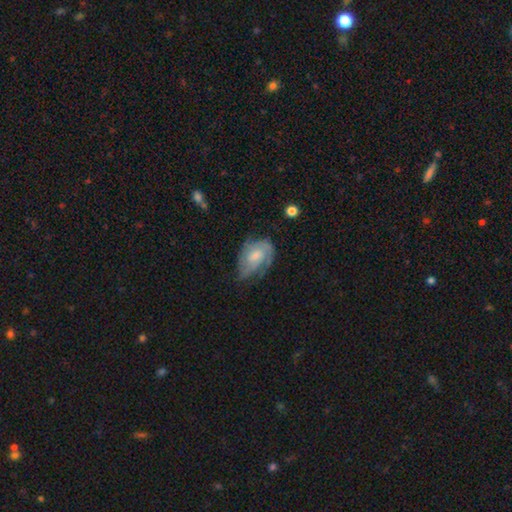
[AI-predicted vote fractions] Q: Smooth or featured?
A: featured or disk (69%); runner-up: smooth (24%)
Q: Edge-on disk?
A: no (96%); runner-up: yes (4%)
Q: Bar?
A: no (59%); runner-up: weak (35%)
Q: Spiral arms?
A: yes (89%); runner-up: no (11%)
Q: Spiral winding?
A: tight (49%); runner-up: medium (39%)
Q: Spiral arm count?
A: 2 (40%); runner-up: can't tell (31%)
Q: Bulge size?
A: moderate (44%); runner-up: small (29%)
Q: Merging?
A: none (52%); runner-up: minor disturbance (30%)